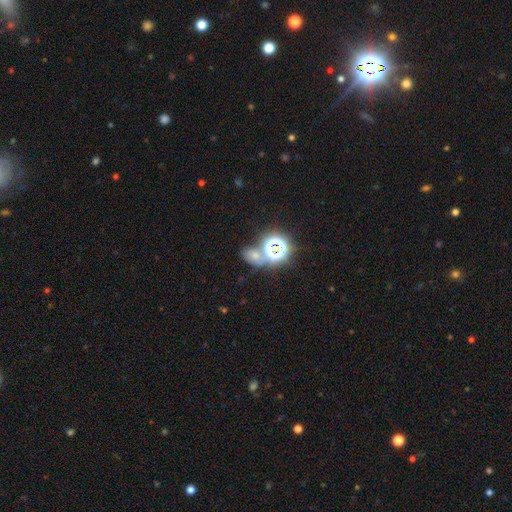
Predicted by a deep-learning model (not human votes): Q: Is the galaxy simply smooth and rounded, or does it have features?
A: star or artifact — 46%.